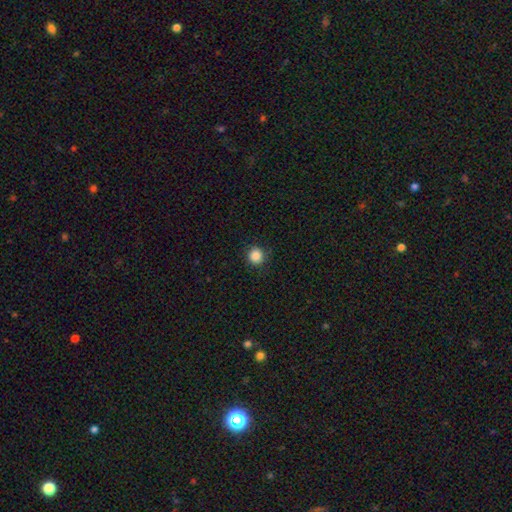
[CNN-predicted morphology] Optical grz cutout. It shows a smooth galaxy with no disk features (87%) that is round (94%). Merging: none (89%).